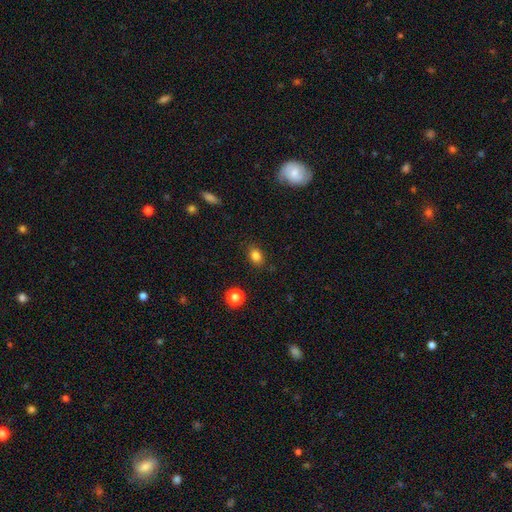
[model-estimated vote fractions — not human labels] The model was most divided on "how rounded": in between: 66%, round: 33%, cigar-shaped: 1%. More confident: merging — none (86%); smooth or featured — smooth (82%).